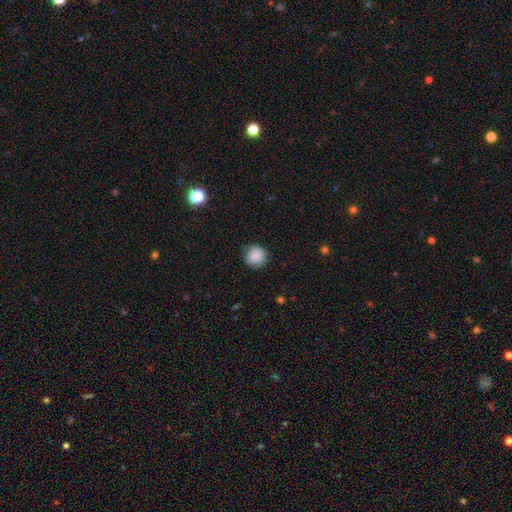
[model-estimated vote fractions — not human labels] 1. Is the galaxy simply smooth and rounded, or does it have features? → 87% smooth, 9% star or artifact, 4% featured or disk.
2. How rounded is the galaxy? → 89% round, 10% in between, 1% cigar-shaped.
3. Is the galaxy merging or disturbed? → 80% none, 15% minor disturbance, 4% major disturbance, 1% merger.